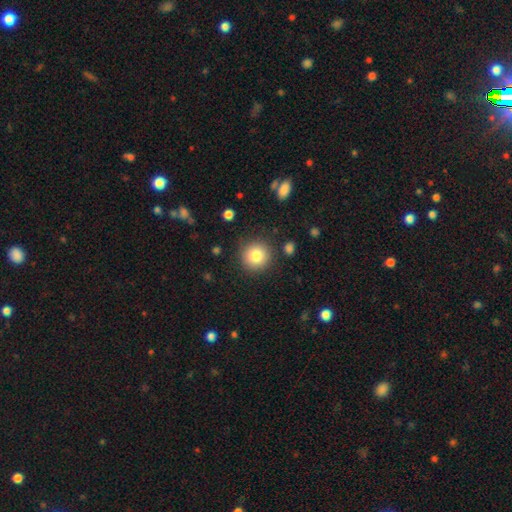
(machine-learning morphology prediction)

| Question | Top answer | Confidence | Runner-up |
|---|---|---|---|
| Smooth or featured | smooth | 82% | star or artifact (10%) |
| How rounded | round | 94% | in between (5%) |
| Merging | none | 88% | minor disturbance (7%) |